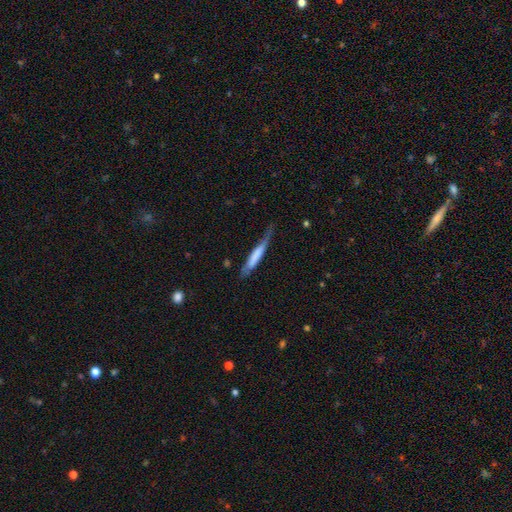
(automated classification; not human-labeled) This appears to be a smooth galaxy with no disk features (60%) that is cigar-shaped (91%). Merging: none (50%).